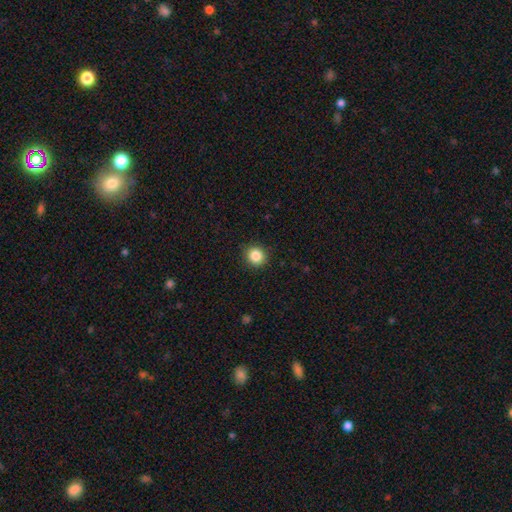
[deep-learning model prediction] Smooth or featured? Predicted: smooth (p=0.86). How rounded? Predicted: round (p=0.89). Merging? Predicted: none (p=0.90).